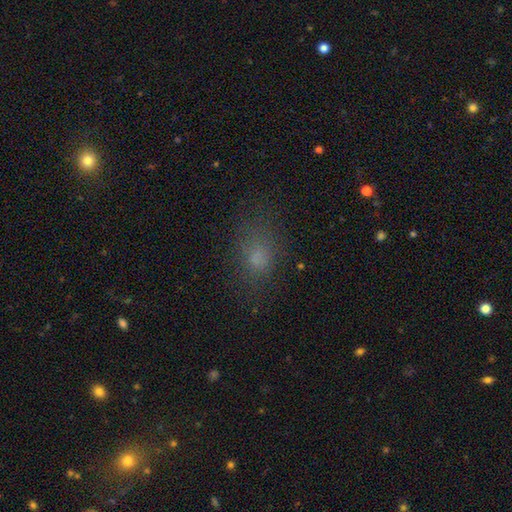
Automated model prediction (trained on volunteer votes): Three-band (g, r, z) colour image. It shows a smooth galaxy with no disk features (69%) that is in between round and cigar-shaped (65%). Merging: none (71%).